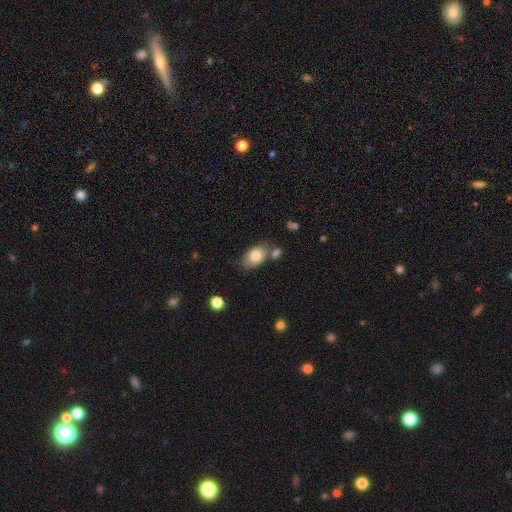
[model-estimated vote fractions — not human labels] This appears to be a smooth galaxy with no disk features (82%) that is in between round and cigar-shaped (85%). Merging: none (62%).